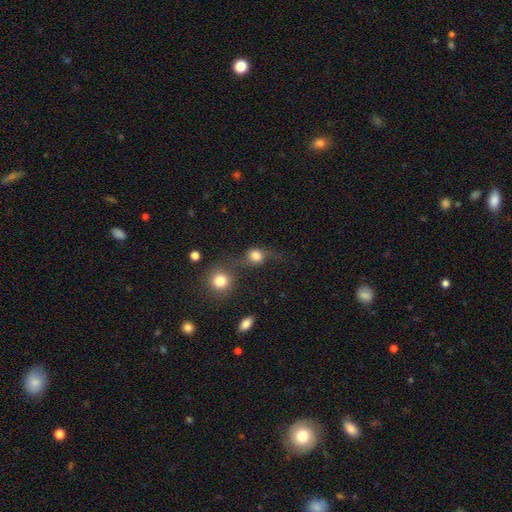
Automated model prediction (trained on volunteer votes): Smooth or featured: smooth — 75% (featured or disk — 13%)
How rounded: round — 77% (in between — 21%)
Merging: none — 39% (merger — 32%)